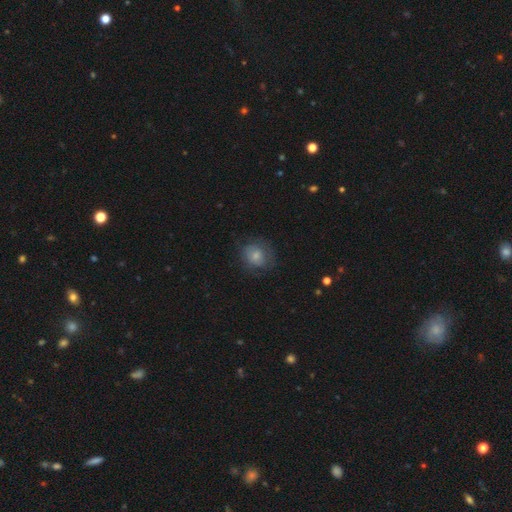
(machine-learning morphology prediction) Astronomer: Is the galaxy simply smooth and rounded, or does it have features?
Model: smooth — 73%.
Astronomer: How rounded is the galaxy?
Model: round — 74%.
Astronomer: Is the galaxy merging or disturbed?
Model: none — 69%.